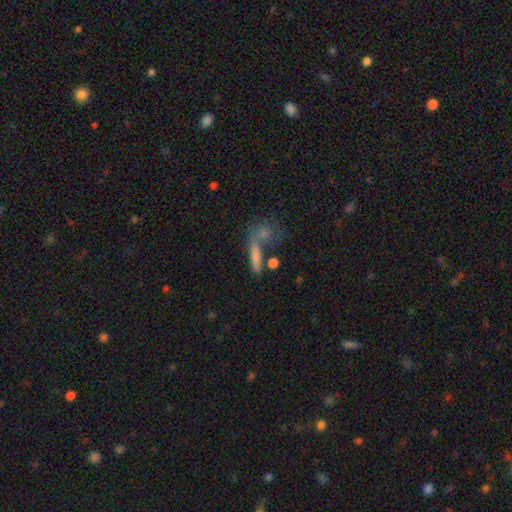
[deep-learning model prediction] Q: Smooth or featured?
A: smooth (70%); runner-up: featured or disk (19%)
Q: How rounded?
A: cigar-shaped (72%); runner-up: in between (21%)
Q: Merging?
A: none (52%); runner-up: merger (26%)